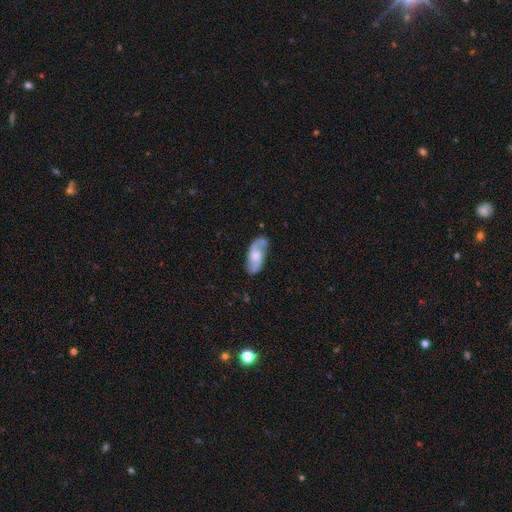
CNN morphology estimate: featured or disk 68%, smooth 26%, star or artifact 6%. Down the decision tree: edge-on disk — no (92%); bar — no (59%); spiral arms — yes (91%); spiral arm count — 2 (86%); spiral winding — medium (44%); bulge size — moderate (46%); merging — none (73%).